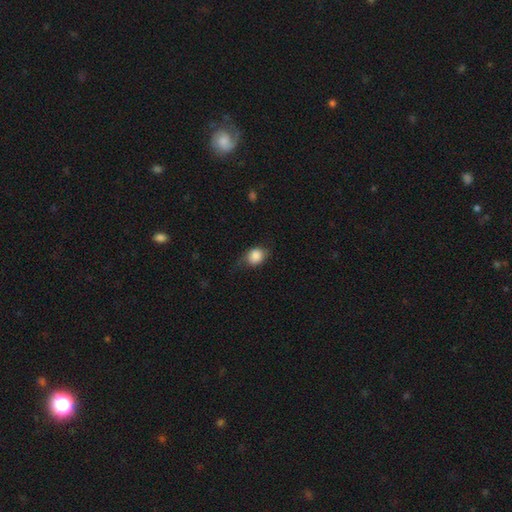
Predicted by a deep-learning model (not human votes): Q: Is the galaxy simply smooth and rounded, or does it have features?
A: smooth — 83%.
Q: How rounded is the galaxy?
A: round — 53%.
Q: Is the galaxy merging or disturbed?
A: none — 57%.